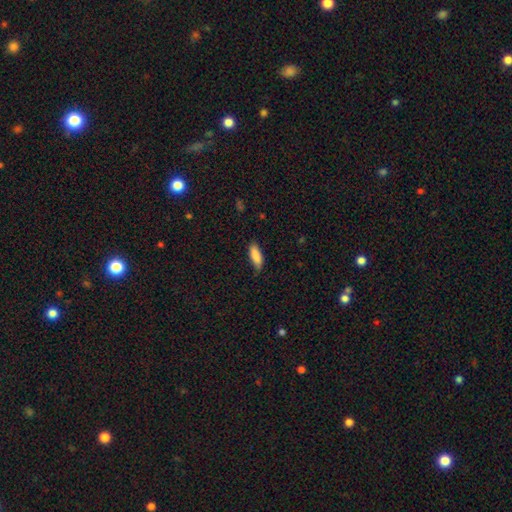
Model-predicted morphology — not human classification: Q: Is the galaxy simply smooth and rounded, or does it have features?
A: smooth — 86%.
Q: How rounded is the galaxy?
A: in between — 69%.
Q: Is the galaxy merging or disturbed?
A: none — 69%.